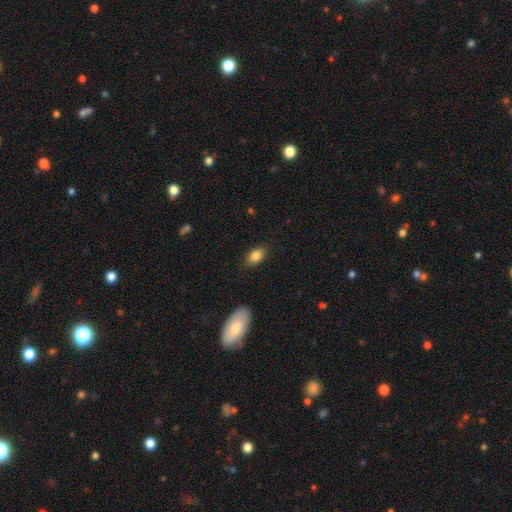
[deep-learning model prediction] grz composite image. It shows a smooth galaxy with no disk features (84%) that is in between round and cigar-shaped (85%). Merging: none (84%).